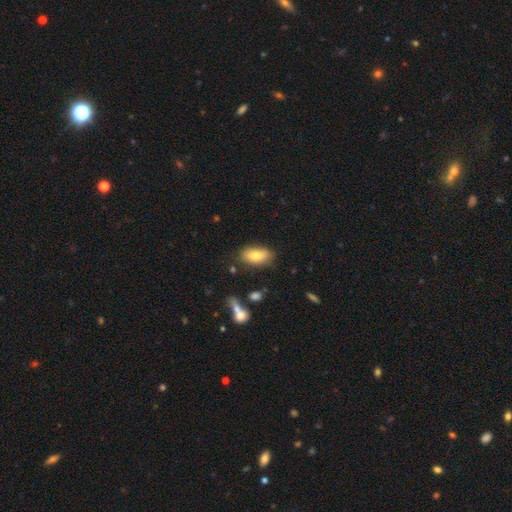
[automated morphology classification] Smooth or featured: smooth — 77% (featured or disk — 15%)
How rounded: in between — 91% (cigar-shaped — 5%)
Merging: none — 75% (minor disturbance — 18%)